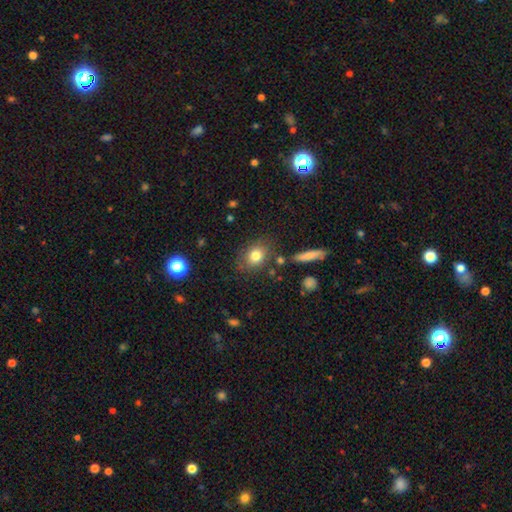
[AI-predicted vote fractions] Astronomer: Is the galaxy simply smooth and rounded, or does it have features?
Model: smooth — 79%.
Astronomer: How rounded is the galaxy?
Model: in between — 49%, tied with round at 49%.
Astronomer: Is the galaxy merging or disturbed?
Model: none — 77%.